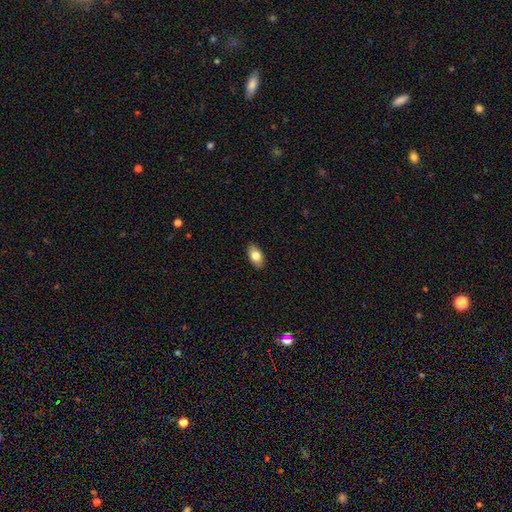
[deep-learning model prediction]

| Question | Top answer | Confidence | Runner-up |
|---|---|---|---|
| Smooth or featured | smooth | 82% | featured or disk (11%) |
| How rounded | in between | 93% | round (5%) |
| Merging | none | 90% | minor disturbance (8%) |